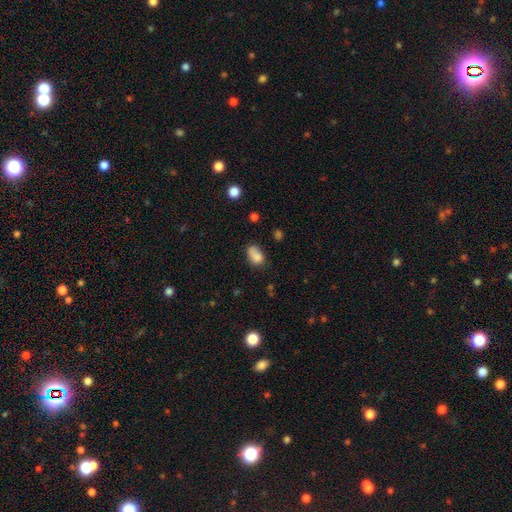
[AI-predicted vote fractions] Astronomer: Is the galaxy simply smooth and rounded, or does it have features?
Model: smooth — 82%.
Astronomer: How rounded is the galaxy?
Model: in between — 86%.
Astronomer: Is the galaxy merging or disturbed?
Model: none — 54%.